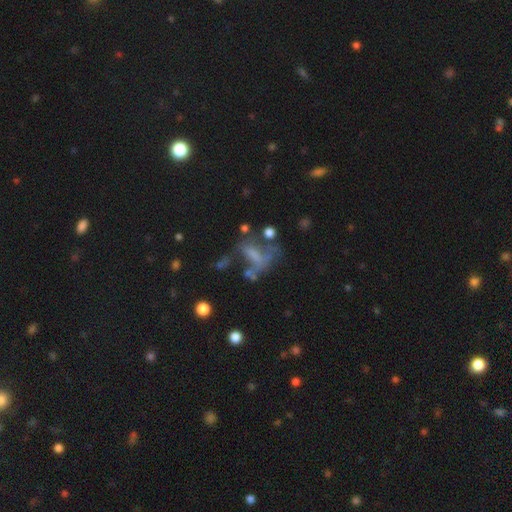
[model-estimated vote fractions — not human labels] Smooth or featured?
  - smooth: 39% * (tied)
  - featured or disk: 39% * (tied)
  - star or artifact: 22%
Merging?
  - major disturbance: 37% *
  - none: 28%
  - merger: 17%
  - minor disturbance: 17%